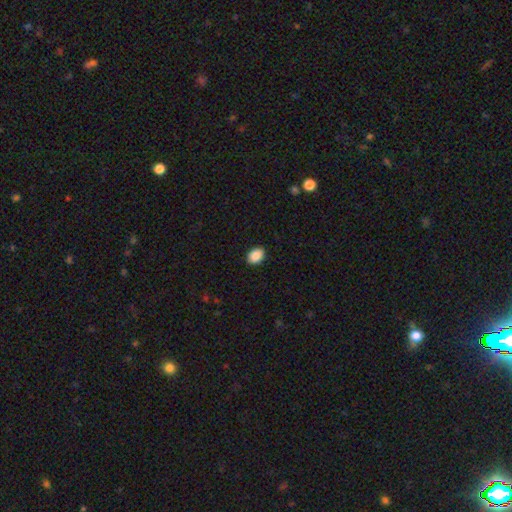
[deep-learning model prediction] Q: Smooth or featured?
A: smooth (90%); runner-up: star or artifact (7%)
Q: How rounded?
A: in between (78%); runner-up: round (21%)
Q: Merging?
A: none (90%); runner-up: minor disturbance (7%)